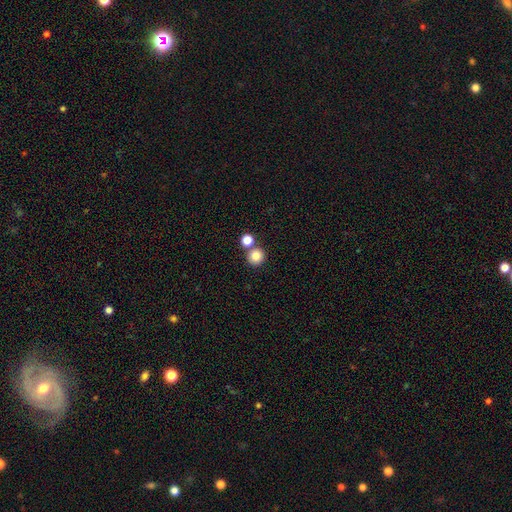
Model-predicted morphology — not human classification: This is clearly a smooth galaxy (84%). How rounded: clearly round (92%). Merging: likely none (71%).